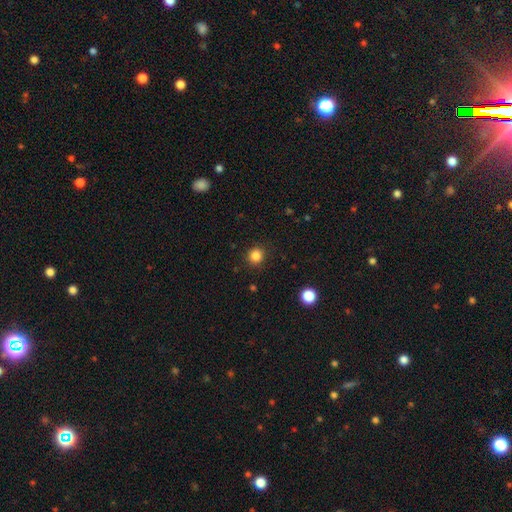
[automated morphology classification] Smooth or featured: smooth — 84% (star or artifact — 12%)
How rounded: round — 92% (in between — 7%)
Merging: none — 90% (minor disturbance — 6%)